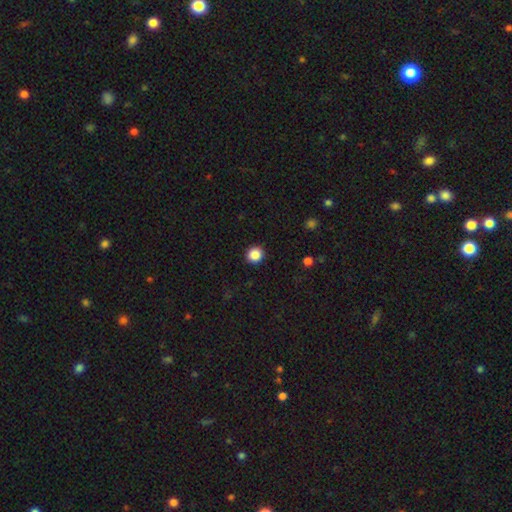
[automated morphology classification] A smooth galaxy with no disk features (88%) that is round (92%).

Vote fractions:
- Smooth or featured? smooth: 88% / star or artifact: 10% / featured or disk: 3%
- How rounded? round: 92% / in between: 7% / cigar-shaped: 1%
- Merging? none: 92% / minor disturbance: 5% / major disturbance: 2% / merger: 1%